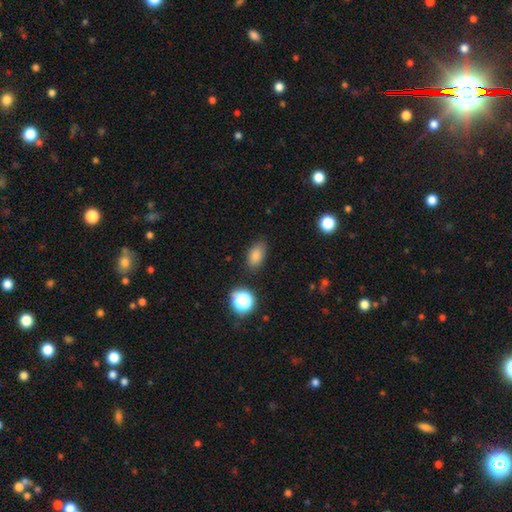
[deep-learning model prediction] Overall: smooth (81%). How rounded: in between (86%). Merging: none (79%).